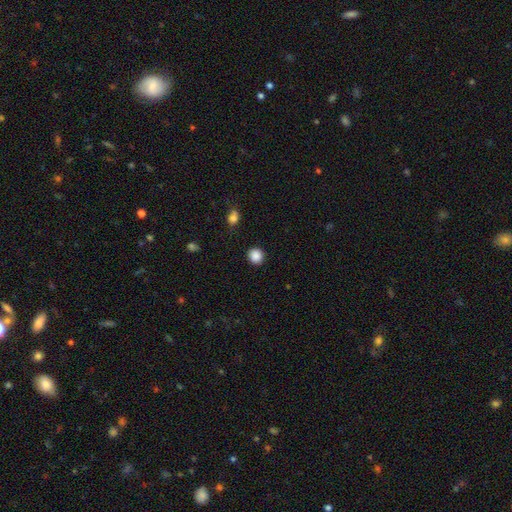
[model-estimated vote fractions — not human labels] This appears to be a smooth galaxy with no disk features (88%) that is round (89%). Merging: none (90%).